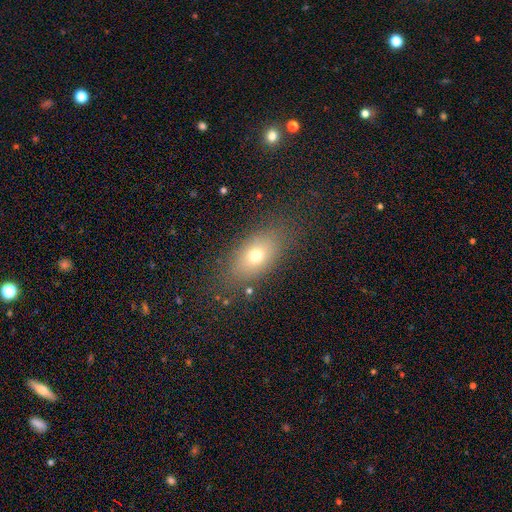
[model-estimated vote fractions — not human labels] Smooth or featured? Predicted: smooth (p=0.70). How rounded? Predicted: in between (p=0.82). Merging? Predicted: none (p=0.82).